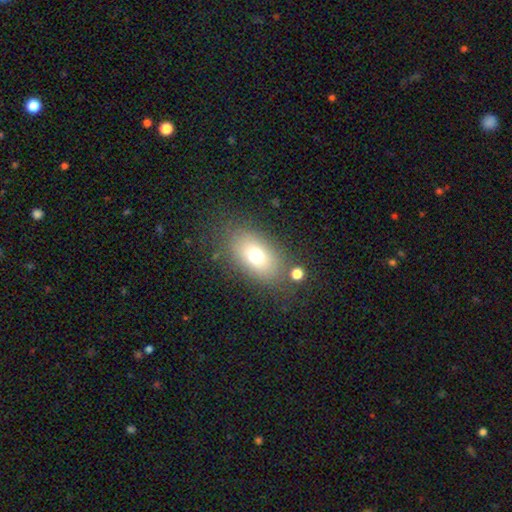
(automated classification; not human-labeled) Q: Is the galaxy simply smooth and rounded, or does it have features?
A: smooth — 70%.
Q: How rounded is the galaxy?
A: in between — 81%.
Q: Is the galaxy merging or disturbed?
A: none — 78%.